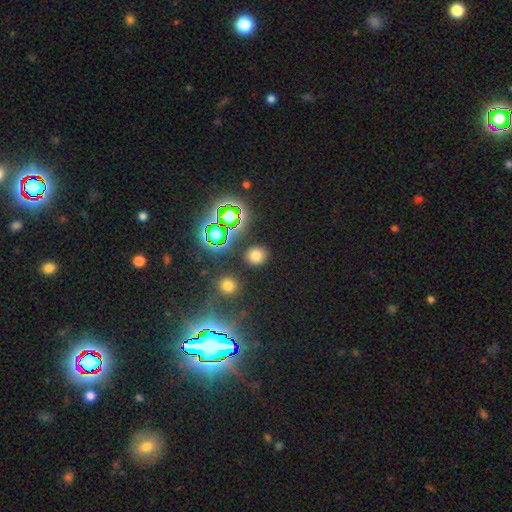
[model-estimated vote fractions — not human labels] Morphology: type=smooth (71%); roundness=round (79%); merging=none (88%).